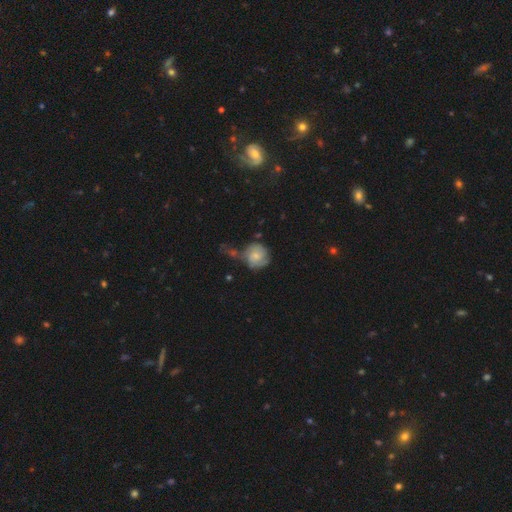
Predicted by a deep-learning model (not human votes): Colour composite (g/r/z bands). It shows a smooth galaxy with no disk features (52%) that is round (85%). Merging: none (43%).